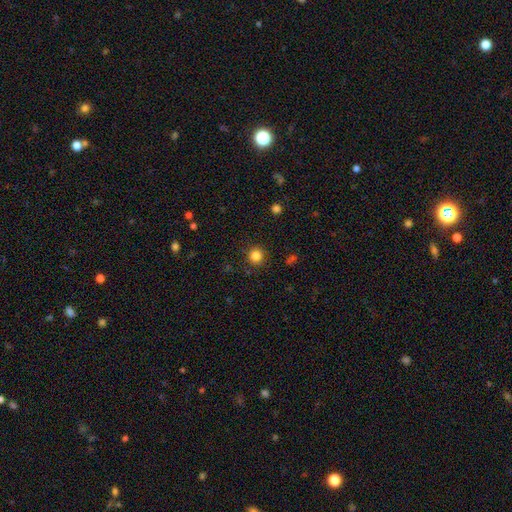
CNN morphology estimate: The model was most divided on "smooth or featured": smooth: 84%, star or artifact: 12%, featured or disk: 4%. More confident: how rounded — round (94%); merging — none (90%).